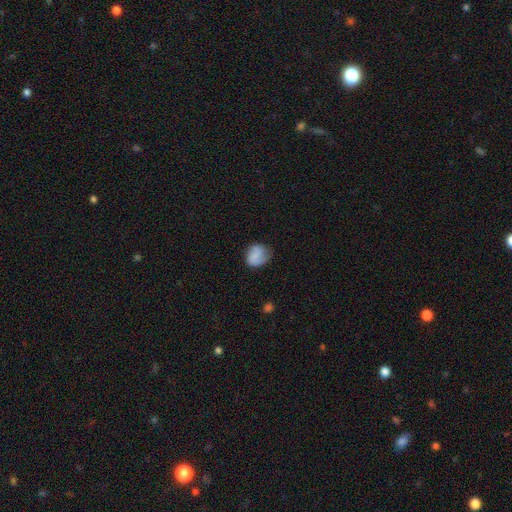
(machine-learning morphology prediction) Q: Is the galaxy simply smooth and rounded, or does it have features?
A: smooth — 66%.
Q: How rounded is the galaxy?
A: round — 58%.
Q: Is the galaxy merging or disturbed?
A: none — 58%.